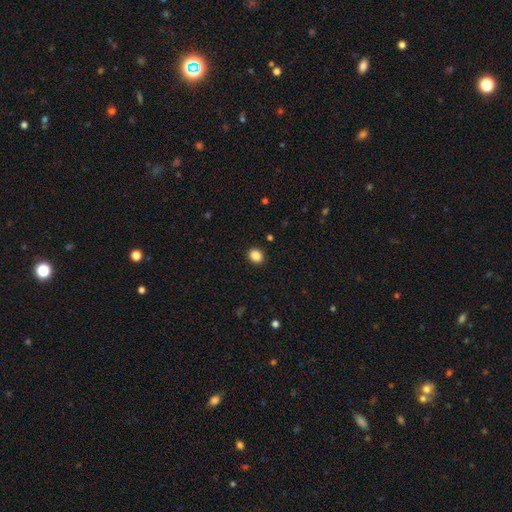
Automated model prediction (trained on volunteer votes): smooth_or_featured: smooth (p=0.87) [alt: star or artifact p=0.09]
how_rounded: round (p=0.54) [alt: in between p=0.45]
merging: none (p=0.91) [alt: minor disturbance p=0.06]